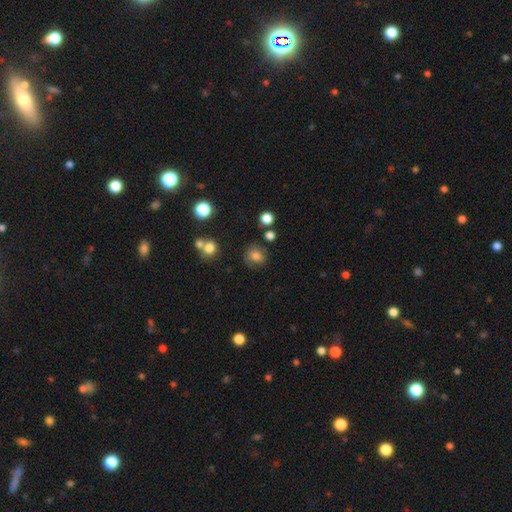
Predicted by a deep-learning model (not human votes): smooth-or-featured: smooth: 75% | star or artifact: 13% | featured or disk: 11%
  how-rounded: round: 76% | in between: 23% | cigar-shaped: 1%
  merging: none: 74% | minor disturbance: 16% | major disturbance: 5% | merger: 5%